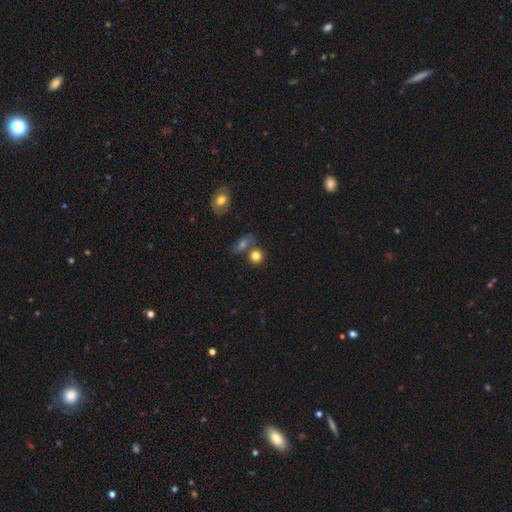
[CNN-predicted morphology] This is clearly a smooth galaxy (81%). How rounded: likely round (80%). Merging: possibly none (58%).